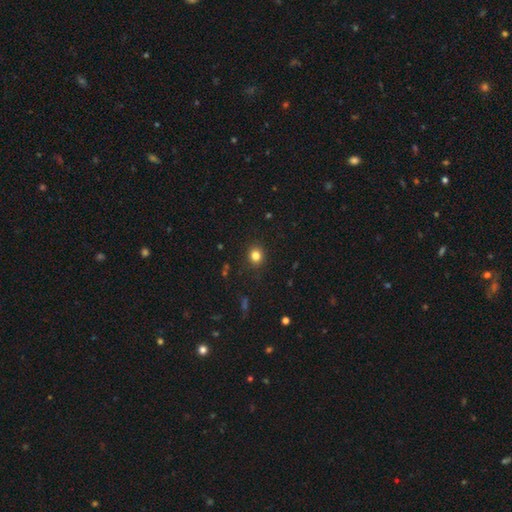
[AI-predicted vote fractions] Smooth or featured? Predicted: smooth (p=0.82). How rounded? Predicted: round (p=0.81). Merging? Predicted: none (p=0.90).